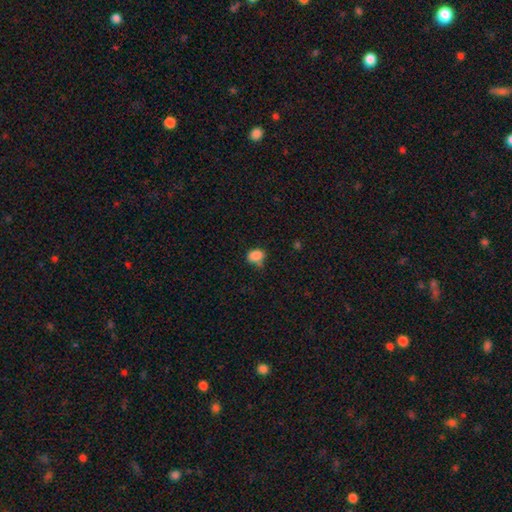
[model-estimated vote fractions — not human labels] This is clearly a smooth galaxy (85%). How rounded: possibly in between (54%). Merging: possibly none (51%).